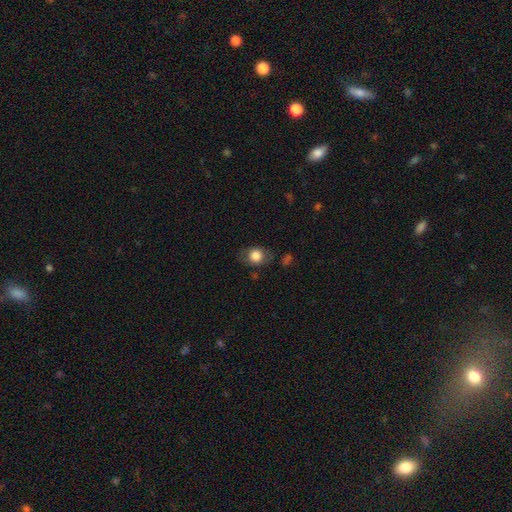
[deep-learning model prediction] Smooth or featured: smooth — 80% (featured or disk — 11%)
How rounded: round — 63% (in between — 36%)
Merging: none — 72% (minor disturbance — 19%)